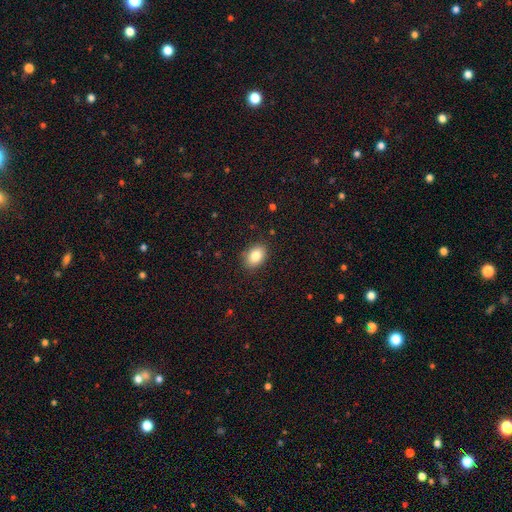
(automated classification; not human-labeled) Smooth or featured?
  - smooth: 83% *
  - star or artifact: 8%
  - featured or disk: 8%
How rounded?
  - in between: 78% *
  - round: 21%
  - cigar-shaped: 1%
Merging?
  - none: 87% *
  - minor disturbance: 9%
  - major disturbance: 2%
  - merger: 1%